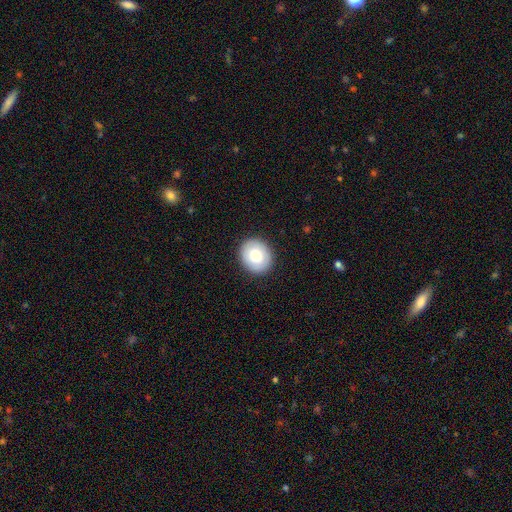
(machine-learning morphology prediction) type=smooth (80%); roundness=round (70%); merging=none (90%).